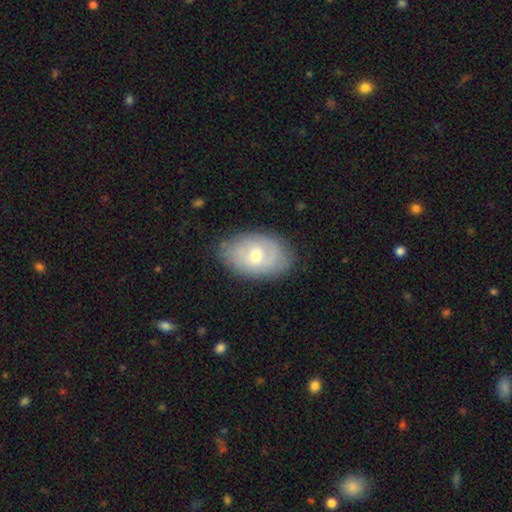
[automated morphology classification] Smooth or featured: featured or disk — 50% (smooth — 43%)
Merging: none — 78% (minor disturbance — 17%)